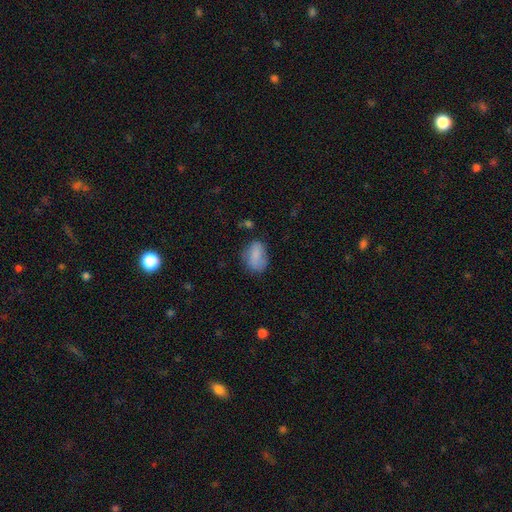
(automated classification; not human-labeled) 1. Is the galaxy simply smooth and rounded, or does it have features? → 82% smooth, 10% featured or disk, 9% star or artifact.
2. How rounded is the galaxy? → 84% in between, 14% round, 2% cigar-shaped.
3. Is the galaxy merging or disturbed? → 60% none, 27% minor disturbance, 9% major disturbance, 3% merger.